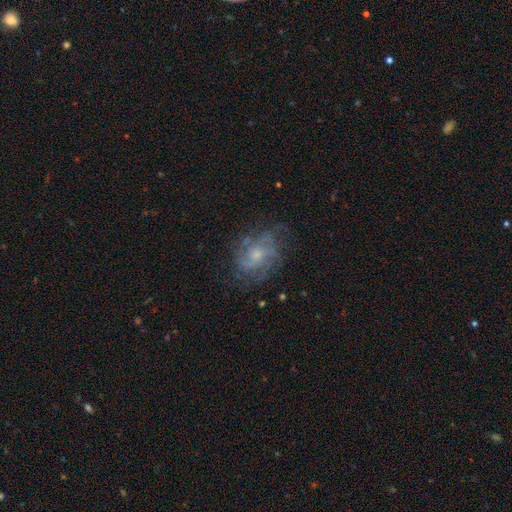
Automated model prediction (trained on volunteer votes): Smooth or featured: featured or disk — 62% (smooth — 19%)
Edge-on disk: no — 96% (yes — 4%)
Bar: no — 54% (weak — 38%)
Spiral arms: yes — 87% (no — 13%)
Spiral winding: medium — 42% (tight — 41%)
Spiral arm count: can't tell — 40% (2 — 24%)
Bulge size: small — 48% (moderate — 42%)
Merging: none — 75% (minor disturbance — 15%)